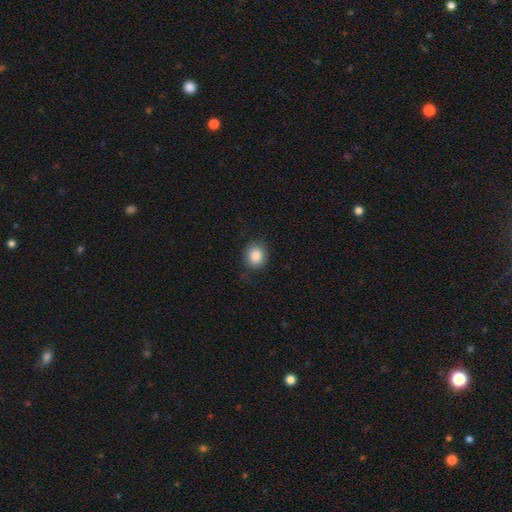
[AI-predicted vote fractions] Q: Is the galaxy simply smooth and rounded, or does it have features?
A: smooth — 86%.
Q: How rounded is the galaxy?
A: round — 76%.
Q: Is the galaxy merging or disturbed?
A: none — 79%.